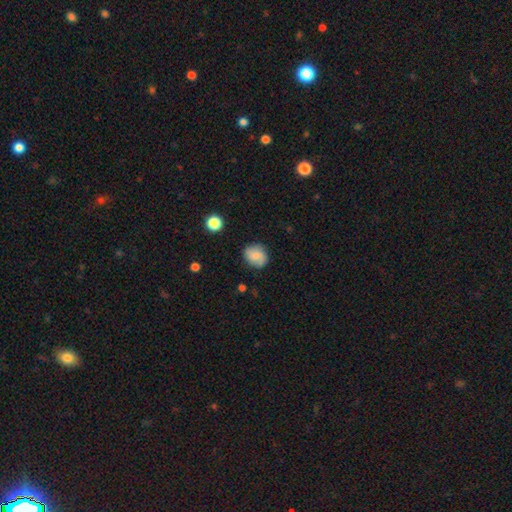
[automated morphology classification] Smooth or featured?
  - smooth: 68% *
  - featured or disk: 23%
  - star or artifact: 9%
How rounded?
  - round: 75% *
  - in between: 24%
  - cigar-shaped: 1%
Merging?
  - none: 80% *
  - minor disturbance: 15%
  - major disturbance: 4%
  - merger: 2%